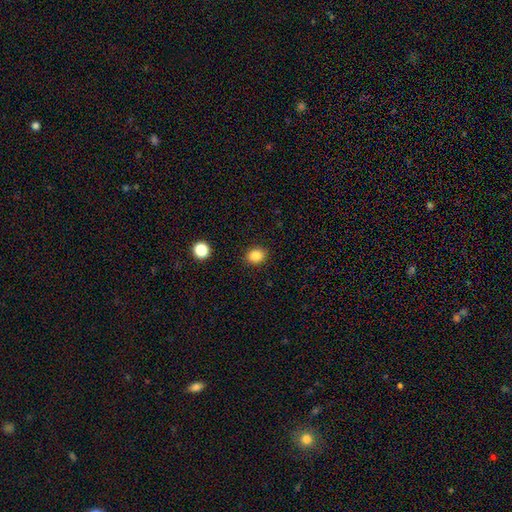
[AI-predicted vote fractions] smooth 85%, star or artifact 11%, featured or disk 4%. Down the decision tree: how rounded — round (56%); merging — none (88%).